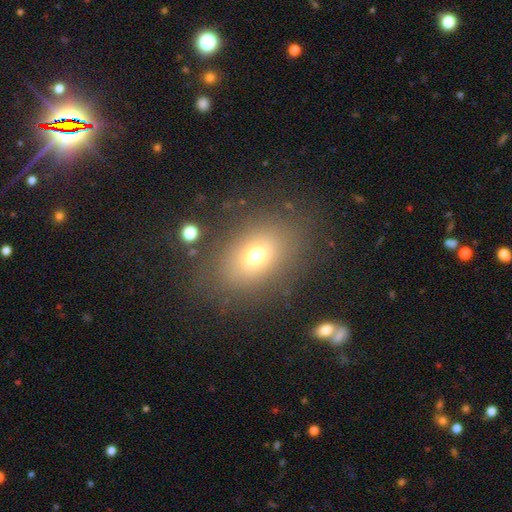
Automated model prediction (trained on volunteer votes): Smooth or featured? Predicted: smooth (p=0.69). How rounded? Predicted: in between (p=0.71). Merging? Predicted: none (p=0.79).